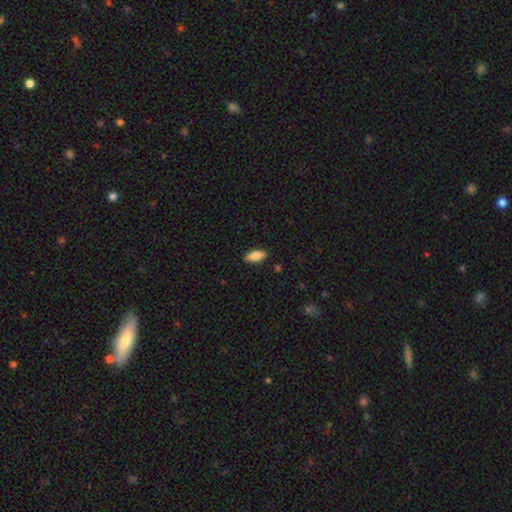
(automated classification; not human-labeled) Smooth or featured? Predicted: smooth (p=0.84). How rounded? Predicted: in between (p=0.83). Merging? Predicted: none (p=0.89).